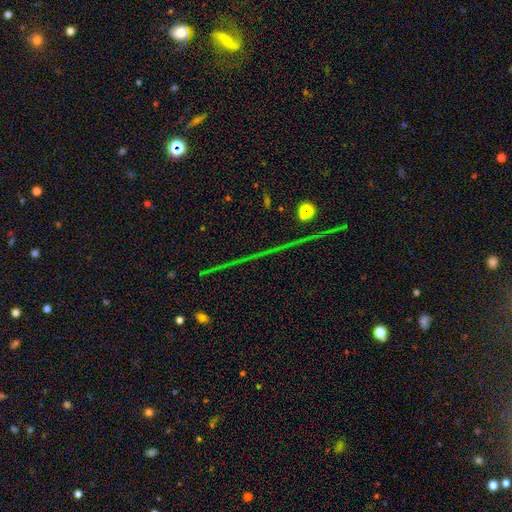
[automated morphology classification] Overall: star or artifact (72%).